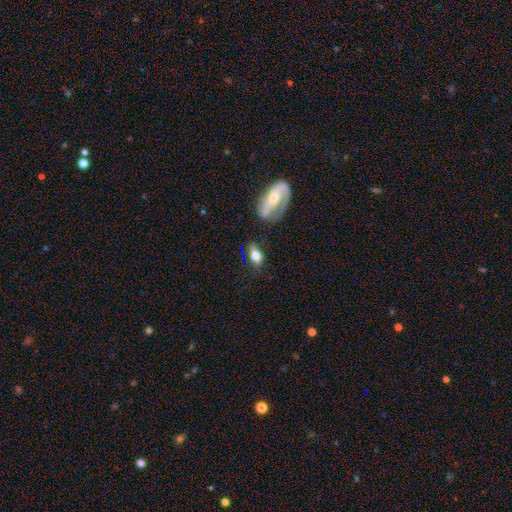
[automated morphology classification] smooth_or_featured: smooth (p=0.69) [alt: featured or disk p=0.23]
how_rounded: in between (p=0.84) [alt: round p=0.10]
merging: none (p=0.67) [alt: minor disturbance p=0.18]